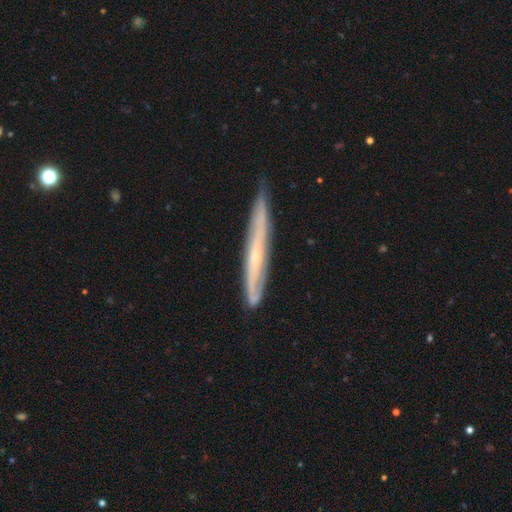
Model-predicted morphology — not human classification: This appears to be a featured or disk galaxy (63%) viewed edge-on (87%) with no central bulge (64%). Merging: none (79%).